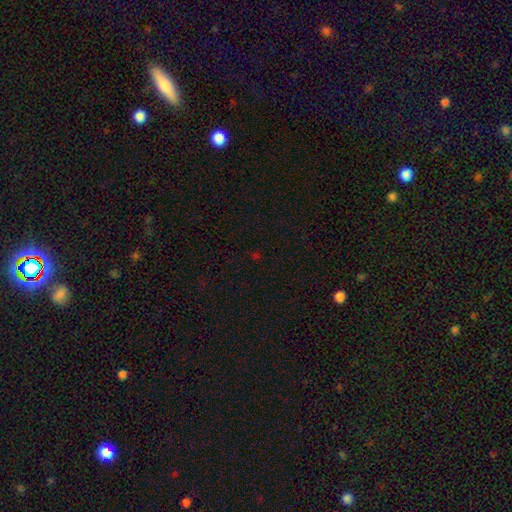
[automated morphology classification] Smooth or featured: star or artifact — 61% (smooth — 32%)